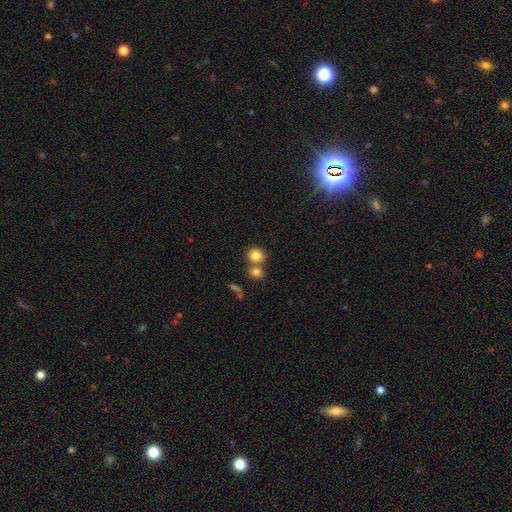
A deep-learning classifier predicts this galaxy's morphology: smooth_or_featured: smooth (p=0.81) [alt: star or artifact p=0.10]
how_rounded: round (p=0.78) [alt: in between p=0.21]
merging: none (p=0.55) [alt: merger p=0.34]